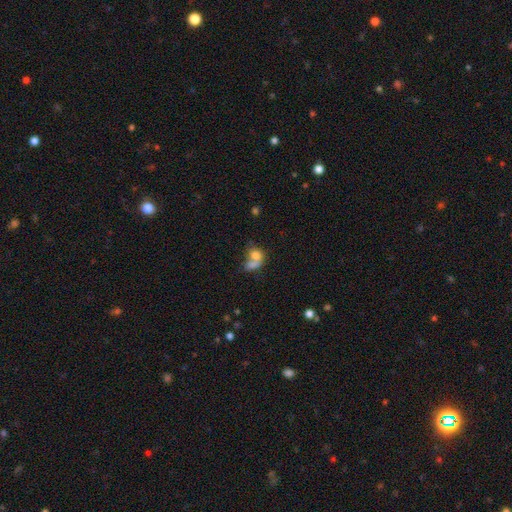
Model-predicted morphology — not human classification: A smooth galaxy with no disk features (73%) that is in between round and cigar-shaped (54%). Merging: merger (65%).